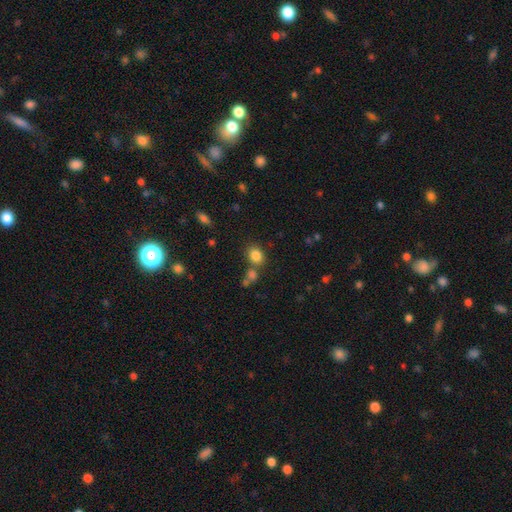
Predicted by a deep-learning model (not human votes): Smooth or featured? Predicted: smooth (p=0.83). How rounded? Predicted: in between (p=0.51). Merging? Predicted: none (p=0.68).